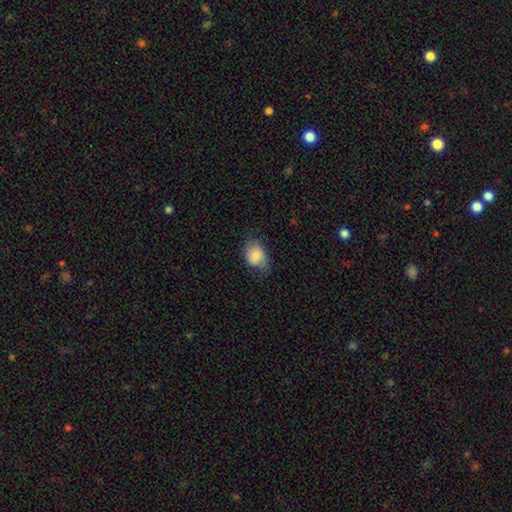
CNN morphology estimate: Overall: smooth (81%). How rounded: in between (74%). Merging: none (58%; minor disturbance 31%).